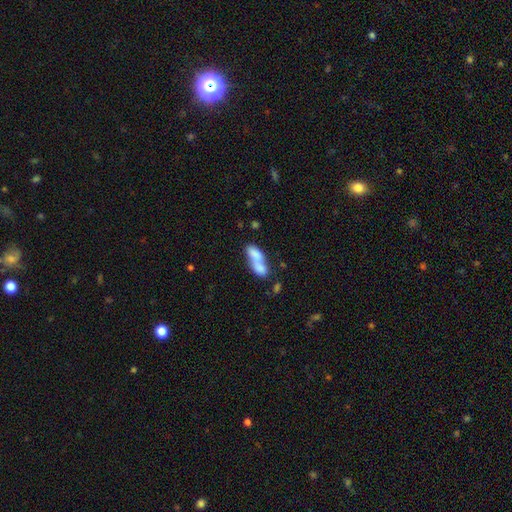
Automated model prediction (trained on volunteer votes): A smooth galaxy with no disk features (72%) that is in between round and cigar-shaped (74%).

Vote fractions:
- Smooth or featured? smooth: 72% / featured or disk: 20% / star or artifact: 8%
- How rounded? in between: 74% / cigar-shaped: 19% / round: 6%
- Merging? merger: 66% / none: 18% / minor disturbance: 9% / major disturbance: 7%